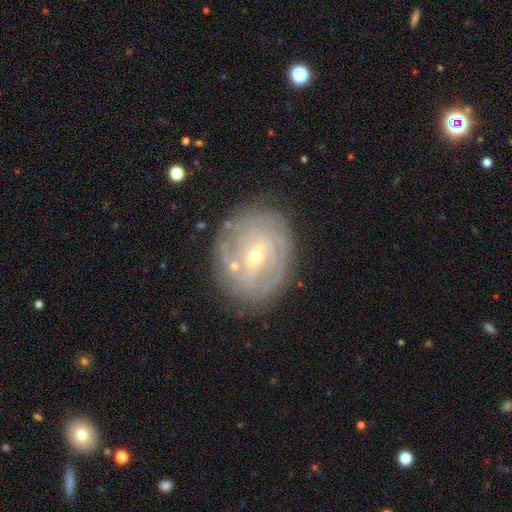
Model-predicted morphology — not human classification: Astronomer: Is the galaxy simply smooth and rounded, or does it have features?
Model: featured or disk — 81%.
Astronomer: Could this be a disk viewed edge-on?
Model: no — 96%.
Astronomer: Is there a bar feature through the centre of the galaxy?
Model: weak — 51% (runner-up: no, 29%).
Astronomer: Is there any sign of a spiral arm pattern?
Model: yes — 85%.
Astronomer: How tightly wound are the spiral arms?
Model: tight — 75%.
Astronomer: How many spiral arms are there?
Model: can't tell — 45%.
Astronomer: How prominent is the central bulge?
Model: small — 59% (runner-up: moderate, 38%).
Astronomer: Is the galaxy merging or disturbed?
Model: none — 79%.